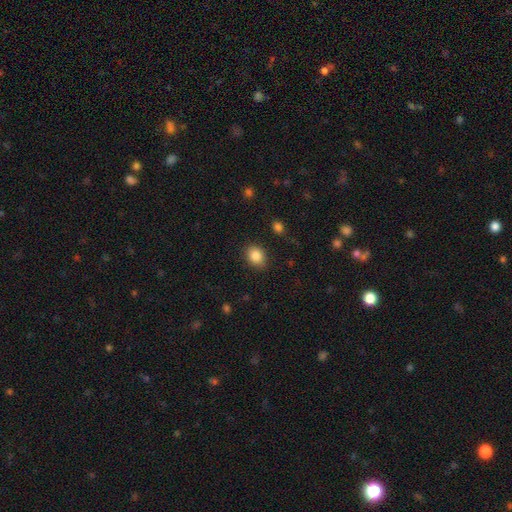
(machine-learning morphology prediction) A smooth galaxy with no disk features (86%) that is in between round and cigar-shaped (56%).

Vote fractions:
- Smooth or featured? smooth: 86% / star or artifact: 9% / featured or disk: 5%
- How rounded? in between: 56% / round: 43% / cigar-shaped: 1%
- Merging? none: 86% / minor disturbance: 9% / major disturbance: 3% / merger: 1%